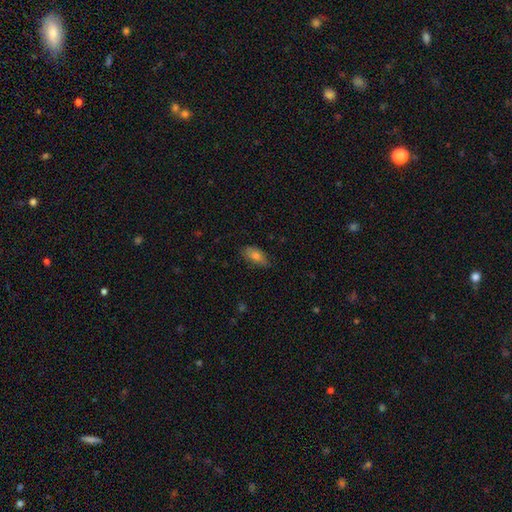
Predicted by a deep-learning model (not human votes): smooth-or-featured: smooth: 76% | featured or disk: 16% | star or artifact: 8%
  how-rounded: in between: 87% | cigar-shaped: 8% | round: 4%
  merging: none: 73% | minor disturbance: 22% | major disturbance: 4% | merger: 1%